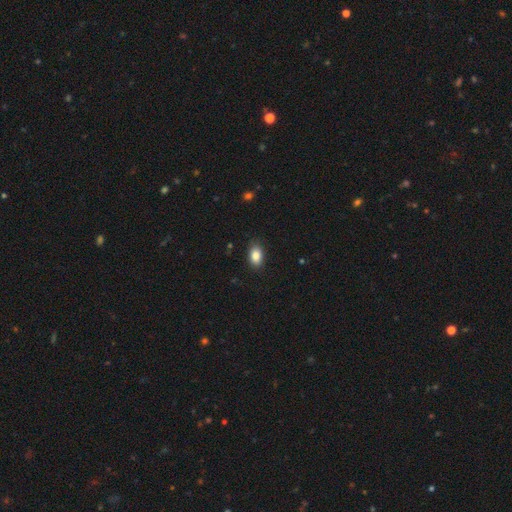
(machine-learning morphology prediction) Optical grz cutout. It shows a smooth galaxy with no disk features (86%) that is in between round and cigar-shaped (87%). Merging: none (85%).